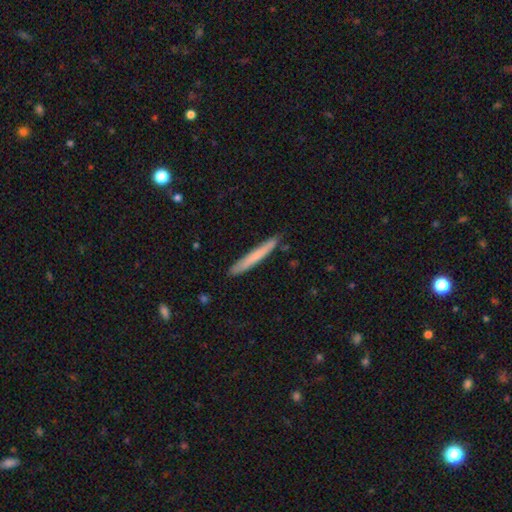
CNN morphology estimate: smooth 69%, featured or disk 25%, star or artifact 6%. Down the decision tree: how rounded — cigar-shaped (97%); merging — none (87%).